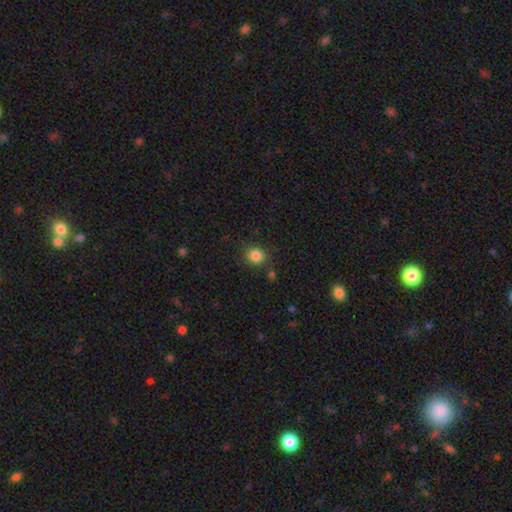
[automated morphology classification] smooth_or_featured: smooth (p=0.84) [alt: star or artifact p=0.11]
how_rounded: round (p=0.83) [alt: in between p=0.16]
merging: none (p=0.83) [alt: minor disturbance p=0.10]